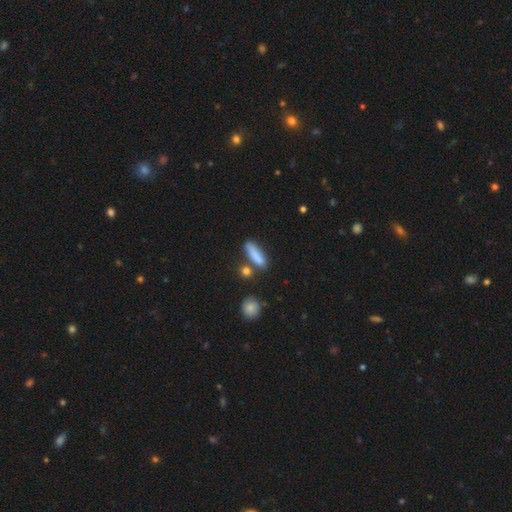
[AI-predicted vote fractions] smooth 84%, featured or disk 9%, star or artifact 7%. Down the decision tree: how rounded — cigar-shaped (62%); merging — none (69%).